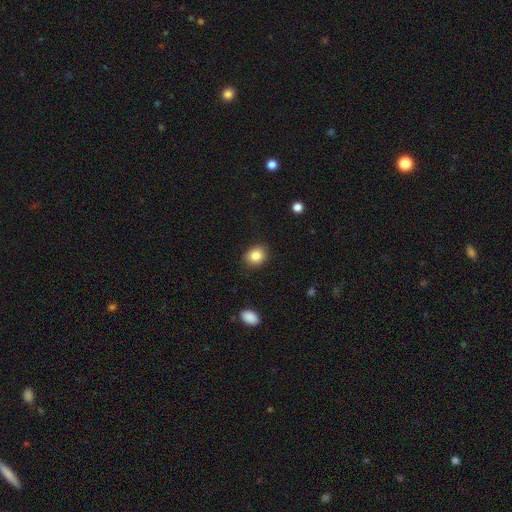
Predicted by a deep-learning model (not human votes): Smooth or featured: smooth — 85% (star or artifact — 9%)
How rounded: round — 63% (in between — 37%)
Merging: none — 87% (minor disturbance — 9%)